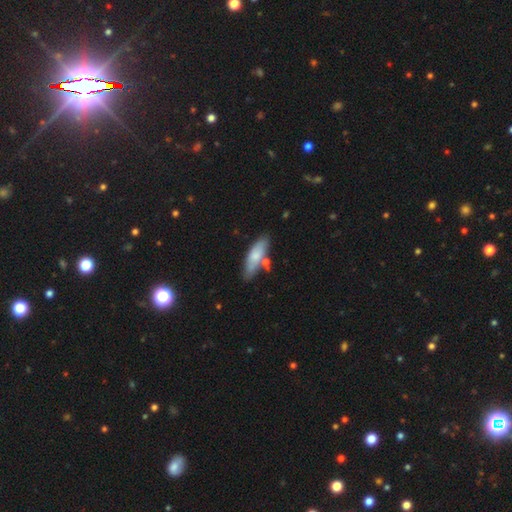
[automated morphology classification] smooth_or_featured: smooth (p=0.73) [alt: featured or disk p=0.22]
how_rounded: in between (p=0.55) [alt: cigar-shaped p=0.43]
merging: none (p=0.68) [alt: minor disturbance p=0.17]